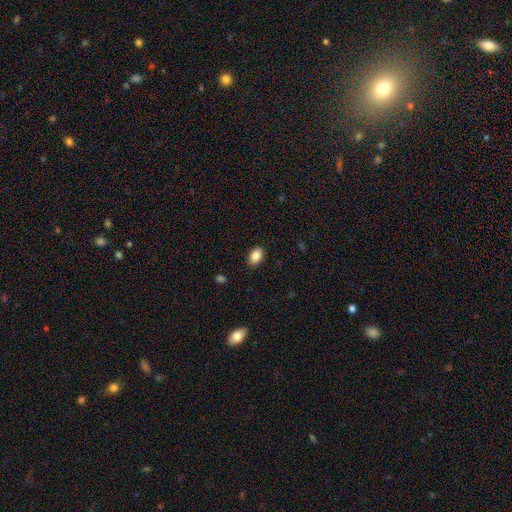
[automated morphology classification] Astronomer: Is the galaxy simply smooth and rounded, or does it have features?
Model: smooth — 87%.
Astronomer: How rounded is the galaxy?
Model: in between — 87%.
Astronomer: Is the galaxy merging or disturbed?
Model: none — 88%.